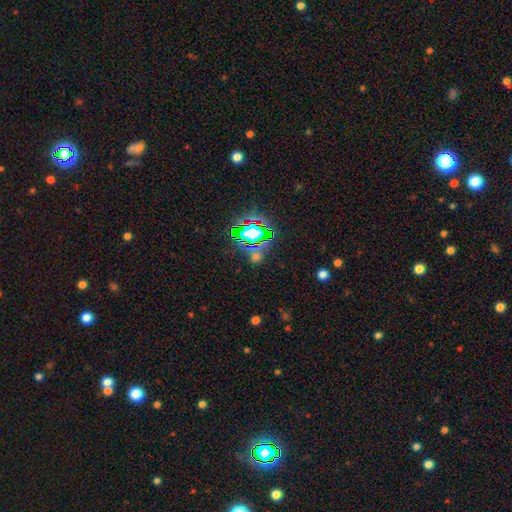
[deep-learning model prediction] Overall: star or artifact (59%; smooth 32%).